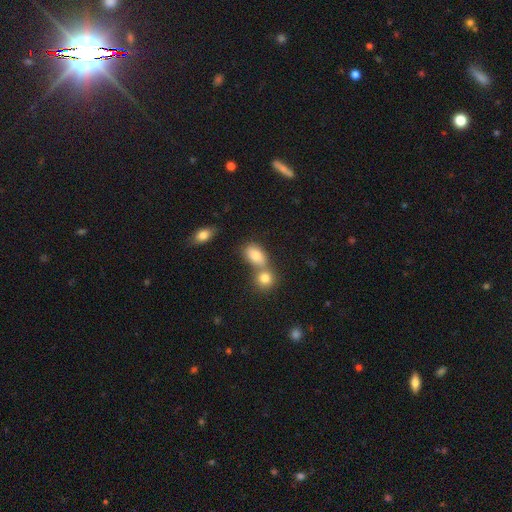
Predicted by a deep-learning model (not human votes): smooth_or_featured: smooth (p=0.79) [alt: featured or disk p=0.10]
how_rounded: in between (p=0.81) [alt: round p=0.16]
merging: merger (p=0.45) [alt: none p=0.41]